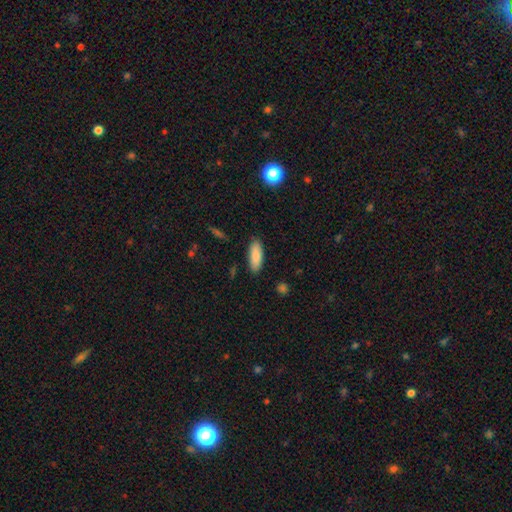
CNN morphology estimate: Smooth or featured? Predicted: smooth (p=0.87). How rounded? Predicted: in between (p=0.70). Merging? Predicted: none (p=0.88).